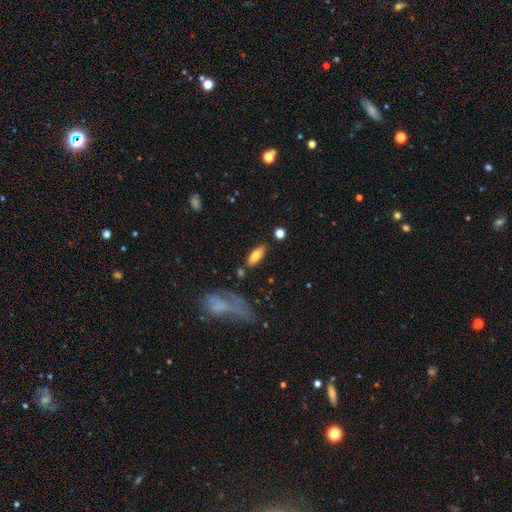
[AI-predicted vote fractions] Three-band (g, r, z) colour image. It shows a smooth galaxy with no disk features (72%) that is in between round and cigar-shaped (68%). Merging: none (80%).